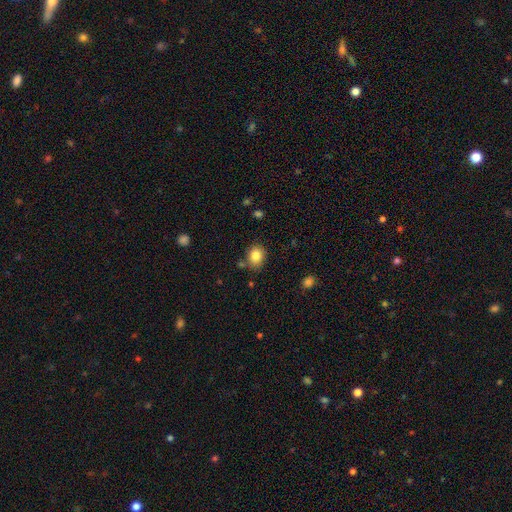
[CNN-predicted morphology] Q: Smooth or featured?
A: smooth (84%); runner-up: star or artifact (10%)
Q: How rounded?
A: round (55%); runner-up: in between (44%)
Q: Merging?
A: none (80%); runner-up: minor disturbance (13%)